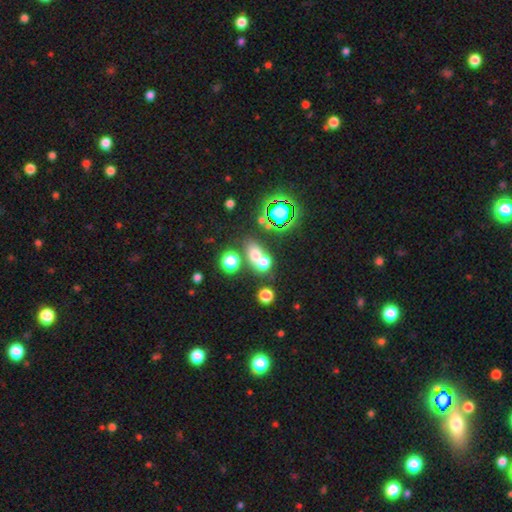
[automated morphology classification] A smooth galaxy with no disk features (60%) that is round (51%). Merging: none (45%).